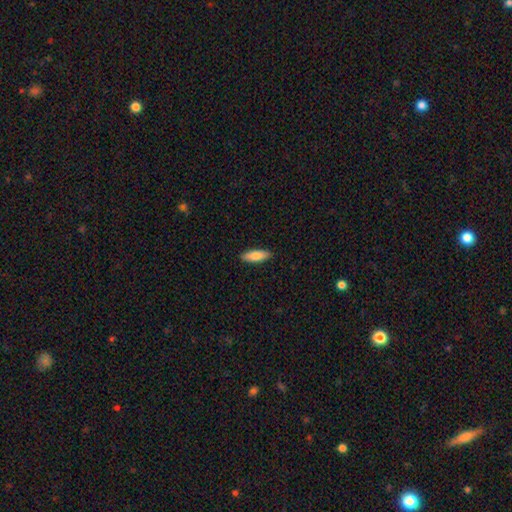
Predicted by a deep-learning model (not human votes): Smooth or featured: smooth — 83% (featured or disk — 12%)
How rounded: in between — 55% (cigar-shaped — 43%)
Merging: none — 90% (minor disturbance — 8%)